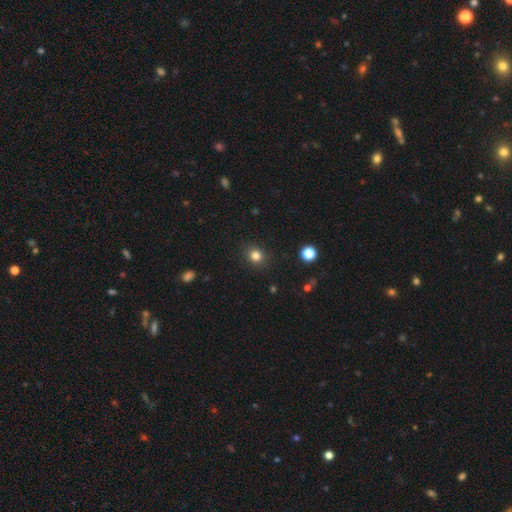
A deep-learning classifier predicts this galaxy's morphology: Smooth or featured?
  - smooth: 82% *
  - star or artifact: 13%
  - featured or disk: 5%
How rounded?
  - round: 78% *
  - in between: 21%
  - cigar-shaped: 1%
Merging?
  - none: 89% *
  - minor disturbance: 8%
  - major disturbance: 2%
  - merger: 1%